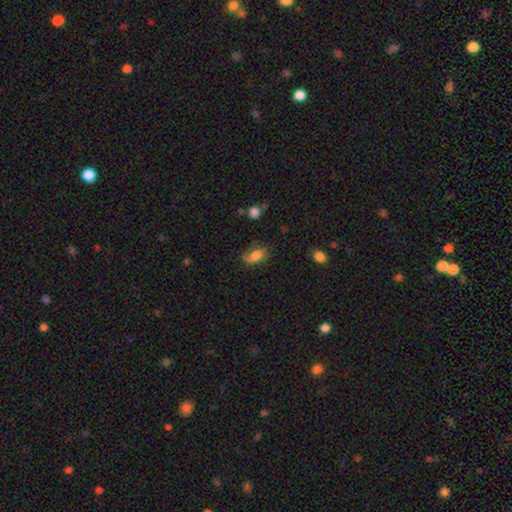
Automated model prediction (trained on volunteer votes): Q: Smooth or featured?
A: smooth (67%); runner-up: featured or disk (23%)
Q: How rounded?
A: in between (87%); runner-up: round (9%)
Q: Merging?
A: none (55%); runner-up: minor disturbance (28%)